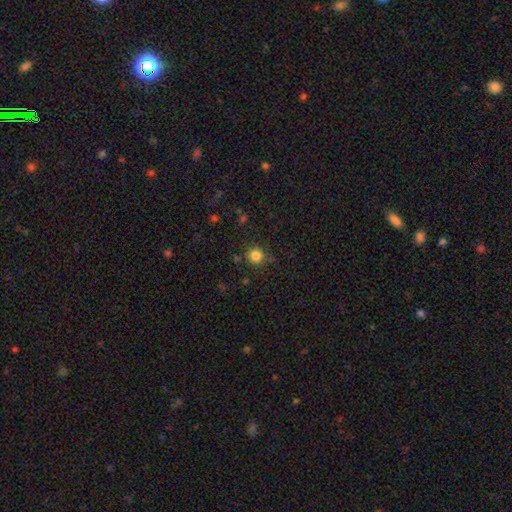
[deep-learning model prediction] A smooth galaxy with no disk features (83%) that is round (91%). Merging: none (83%).